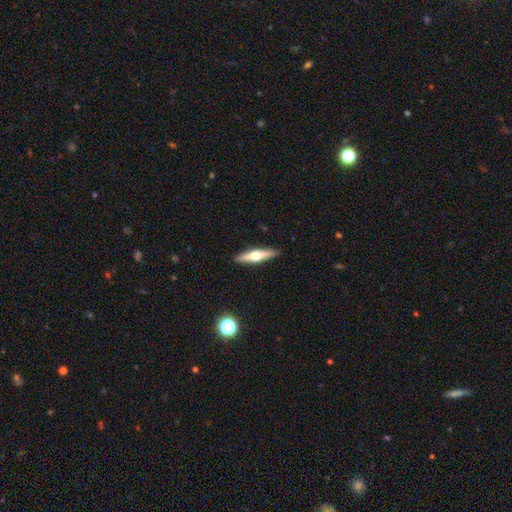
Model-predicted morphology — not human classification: A featured or disk galaxy (59%) viewed edge-on (95%) with a rounded central bulge (94%).

Vote fractions:
- Smooth or featured? featured or disk: 59% / smooth: 36% / star or artifact: 6%
- Edge-on disk? yes: 95% / no: 5%
- Edge-on bulge? rounded: 94% / none: 3% / boxy: 3%
- Merging? none: 91% / minor disturbance: 6% / major disturbance: 1% / merger: 1%